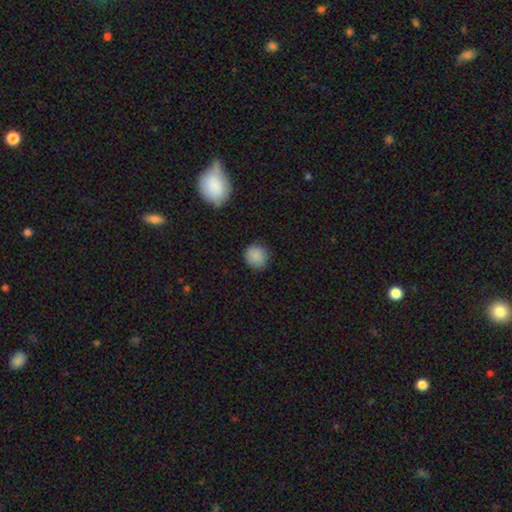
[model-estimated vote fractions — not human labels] Morphology: type=smooth (87%); roundness=round (90%); merging=none (88%).